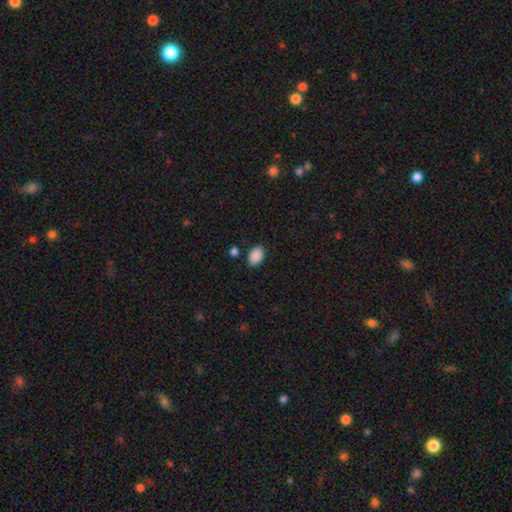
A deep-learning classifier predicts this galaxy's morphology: smooth_or_featured: smooth (p=0.89) [alt: star or artifact p=0.07]
how_rounded: in between (p=0.88) [alt: round p=0.11]
merging: none (p=0.84) [alt: minor disturbance p=0.11]